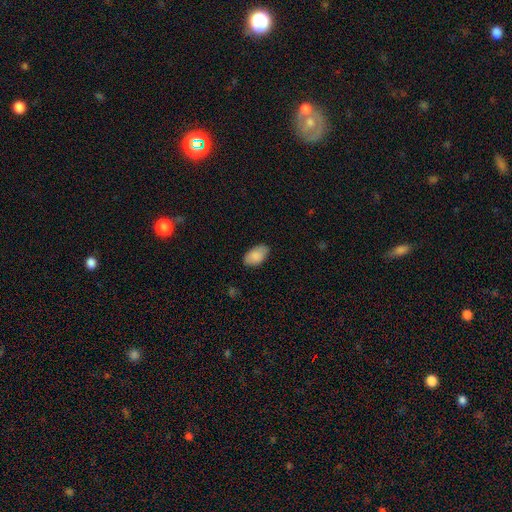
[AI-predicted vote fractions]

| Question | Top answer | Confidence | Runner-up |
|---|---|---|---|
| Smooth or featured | smooth | 88% | star or artifact (6%) |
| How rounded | in between | 94% | round (4%) |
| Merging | none | 83% | minor disturbance (14%) |